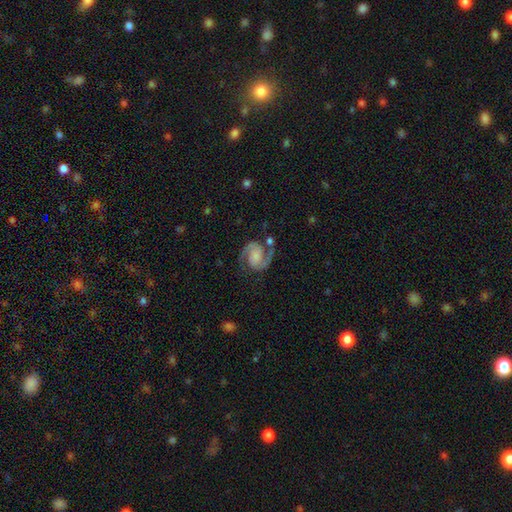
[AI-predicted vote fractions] A featured or disk galaxy (89%) with no bar (59%), 2 (94%) medium (59%) spiral arms (98%) and no central bulge (33%, tied with small). Merging: none (73%).